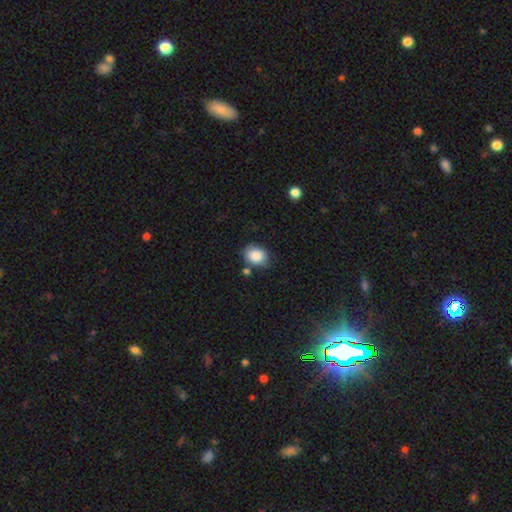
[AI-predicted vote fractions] Smooth or featured? smooth (86%)
How rounded? in between (54%)
Merging? none (72%)